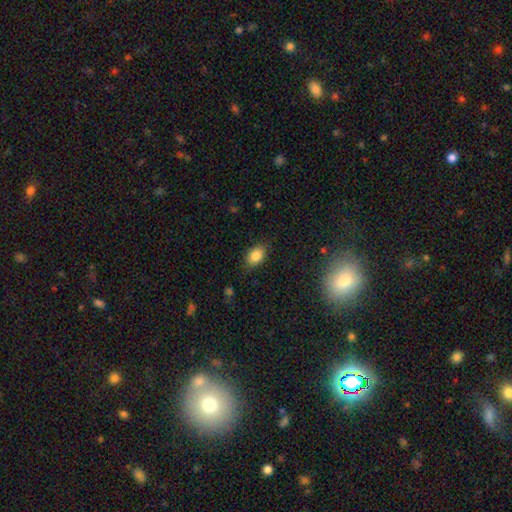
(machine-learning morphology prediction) The model was most divided on "merging": none: 82%, minor disturbance: 14%, major disturbance: 3%, merger: 1%. More confident: how rounded — in between (85%); smooth or featured — smooth (84%).